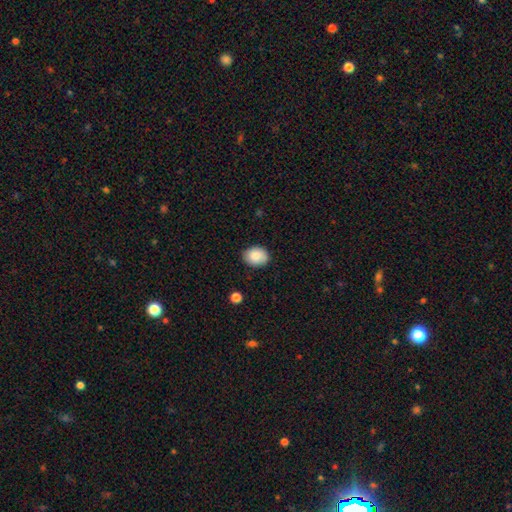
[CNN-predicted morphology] A smooth galaxy with no disk features (87%) that is in between round and cigar-shaped (56%). Merging: none (83%).